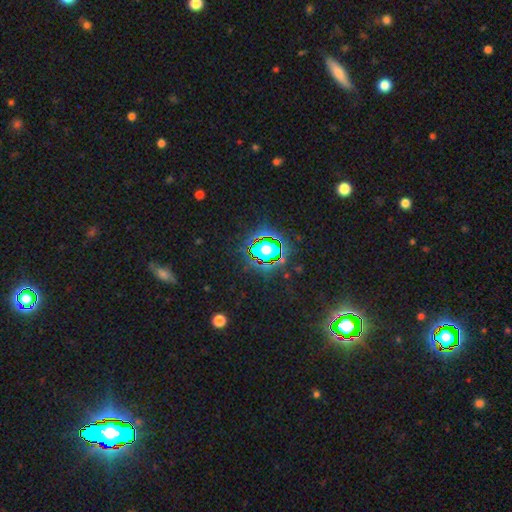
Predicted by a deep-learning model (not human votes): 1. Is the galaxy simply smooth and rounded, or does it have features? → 80% star or artifact, 12% smooth, 8% featured or disk.